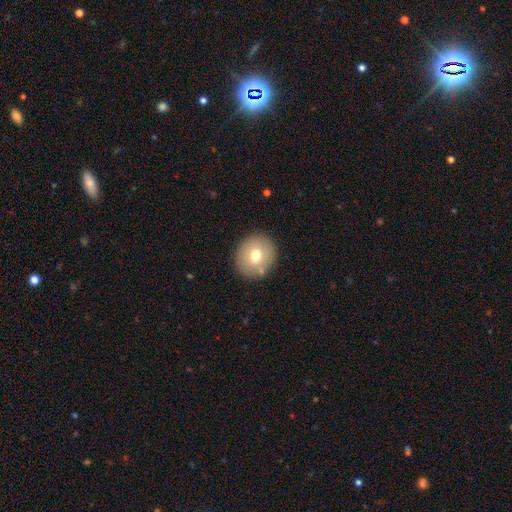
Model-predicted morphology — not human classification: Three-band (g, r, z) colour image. It shows a smooth galaxy with no disk features (71%) that is round (86%). Merging: none (85%).